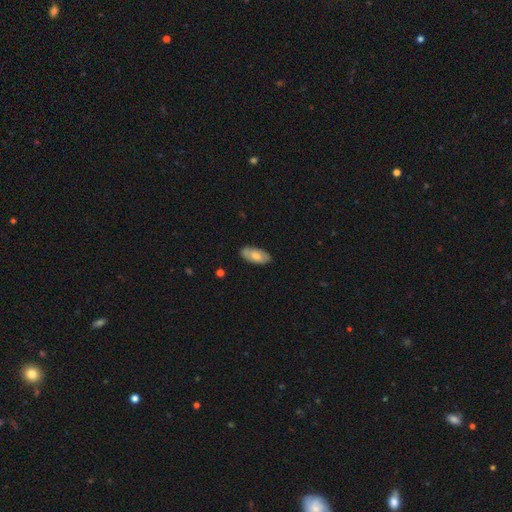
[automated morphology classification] Q: Smooth or featured?
A: smooth (62%); runner-up: featured or disk (32%)
Q: How rounded?
A: in between (91%); runner-up: cigar-shaped (6%)
Q: Merging?
A: none (80%); runner-up: minor disturbance (16%)